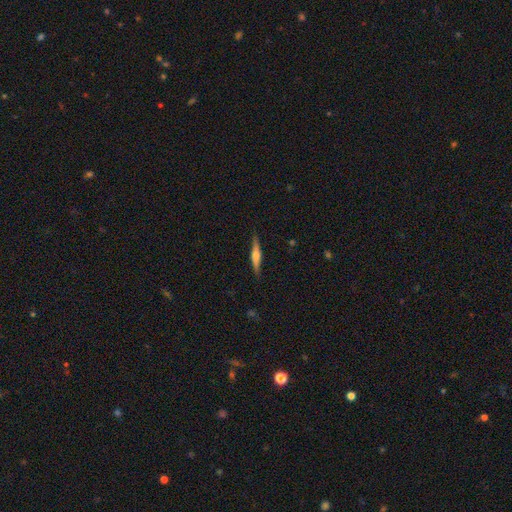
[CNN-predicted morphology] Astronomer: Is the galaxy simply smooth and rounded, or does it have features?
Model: featured or disk — 65%.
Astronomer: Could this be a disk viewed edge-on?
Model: yes — 97%.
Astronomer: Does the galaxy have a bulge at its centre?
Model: rounded — 88%.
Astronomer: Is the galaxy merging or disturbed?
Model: none — 88%.